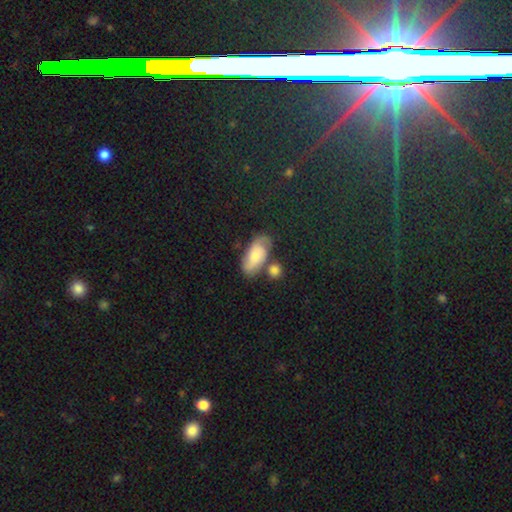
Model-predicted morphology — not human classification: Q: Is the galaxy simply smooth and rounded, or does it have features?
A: smooth — 48%.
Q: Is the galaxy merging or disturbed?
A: none — 56%.